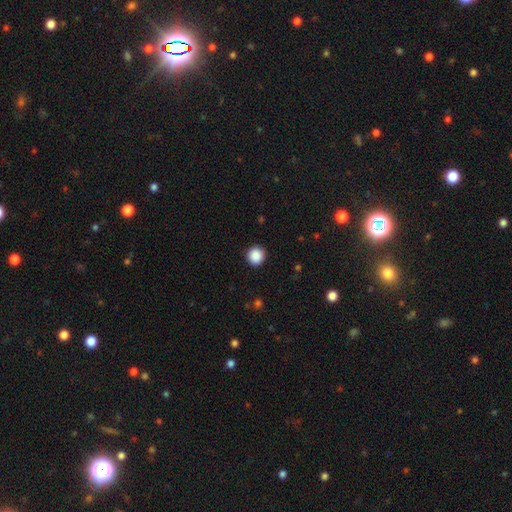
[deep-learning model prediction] smooth_or_featured: smooth (p=0.89) [alt: star or artifact p=0.09]
how_rounded: round (p=0.94) [alt: in between p=0.05]
merging: none (p=0.92) [alt: minor disturbance p=0.05]